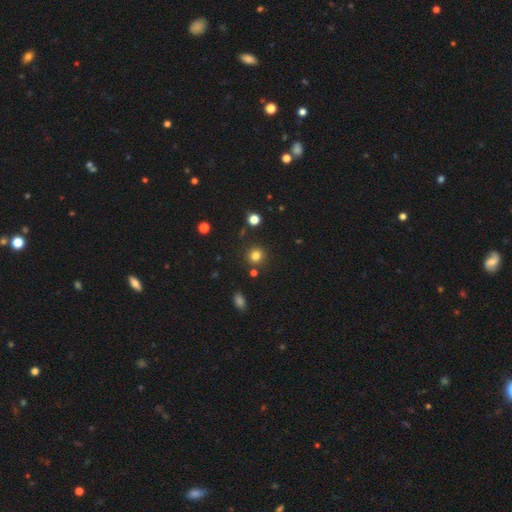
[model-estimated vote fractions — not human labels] Overall: smooth (80%). How rounded: round (93%). Merging: none (87%).